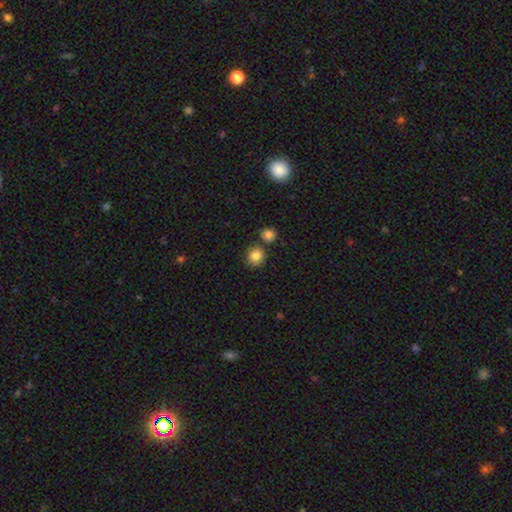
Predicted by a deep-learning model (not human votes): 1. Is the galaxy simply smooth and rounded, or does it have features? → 85% smooth, 10% star or artifact, 6% featured or disk.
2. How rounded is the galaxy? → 86% round, 13% in between, 1% cigar-shaped.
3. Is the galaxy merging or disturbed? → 74% none, 13% merger, 10% minor disturbance, 3% major disturbance.